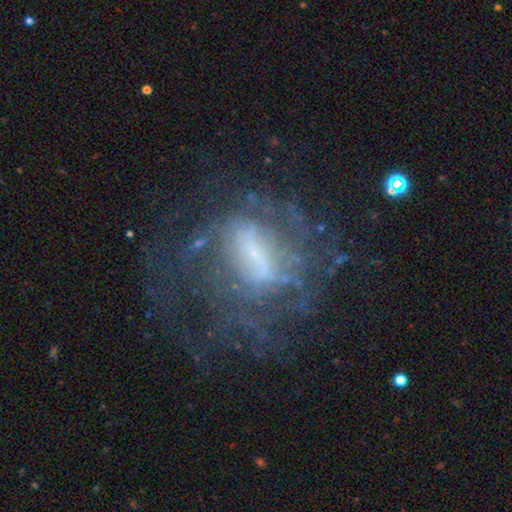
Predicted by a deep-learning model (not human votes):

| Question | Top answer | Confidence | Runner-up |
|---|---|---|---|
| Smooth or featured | featured or disk | 73% | smooth (15%) |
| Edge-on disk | no | 94% | yes (6%) |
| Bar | strong | 42% | weak (37%) |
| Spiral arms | yes | 66% | no (34%) |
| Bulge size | small | 46% | moderate (24%) |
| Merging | none | 51% | major disturbance (28%) |